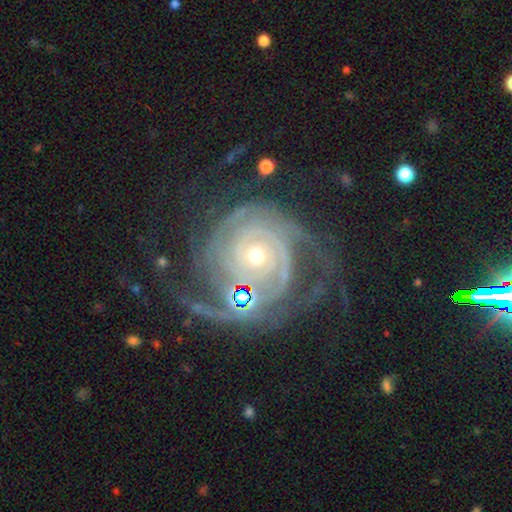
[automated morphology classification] Smooth or featured: featured or disk — 89% (star or artifact — 7%)
Edge-on disk: no — 97% (yes — 3%)
Bar: no — 77% (weak — 15%)
Spiral arms: yes — 98% (no — 2%)
Spiral winding: tight — 78% (medium — 18%)
Spiral arm count: 3 — 25% (tied with 2 — 25%)
Bulge size: small — 59% (moderate — 37%)
Merging: none — 60% (minor disturbance — 18%)